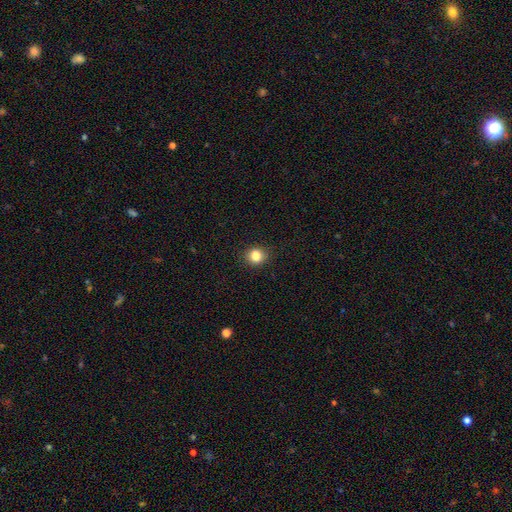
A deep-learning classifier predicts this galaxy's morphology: Smooth or featured: smooth — 83% (star or artifact — 11%)
How rounded: round — 78% (in between — 21%)
Merging: none — 90% (minor disturbance — 7%)